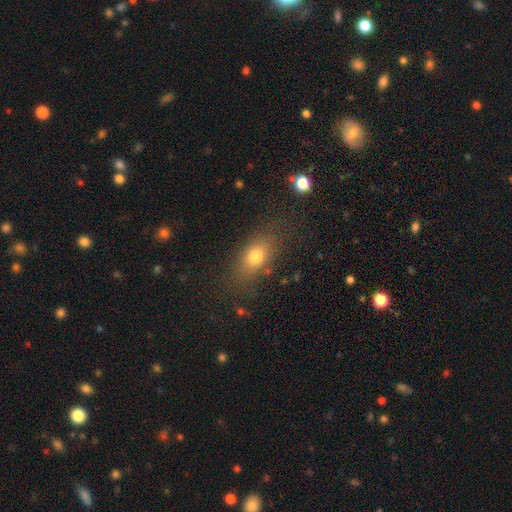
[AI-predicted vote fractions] A smooth galaxy with no disk features (75%) that is in between round and cigar-shaped (75%). Merging: none (76%).